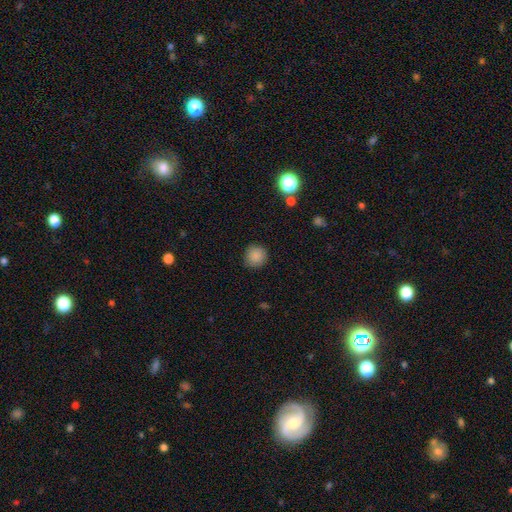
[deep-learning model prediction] Smooth or featured? smooth (86%)
How rounded? round (93%)
Merging? none (90%)